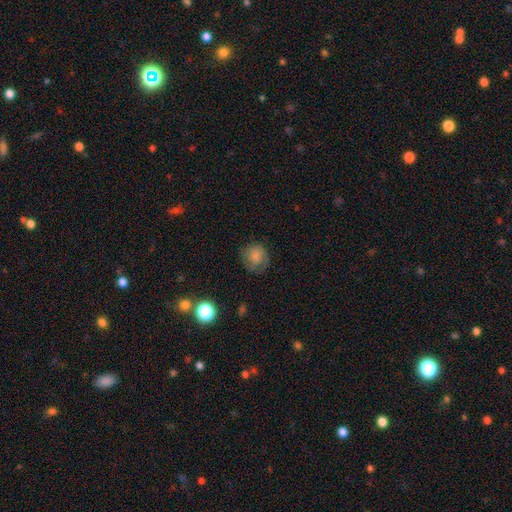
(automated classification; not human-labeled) The model was most divided on "merging": none: 66%, minor disturbance: 22%, major disturbance: 11%, merger: 1%. More confident: how rounded — round (79%); smooth or featured — smooth (72%).